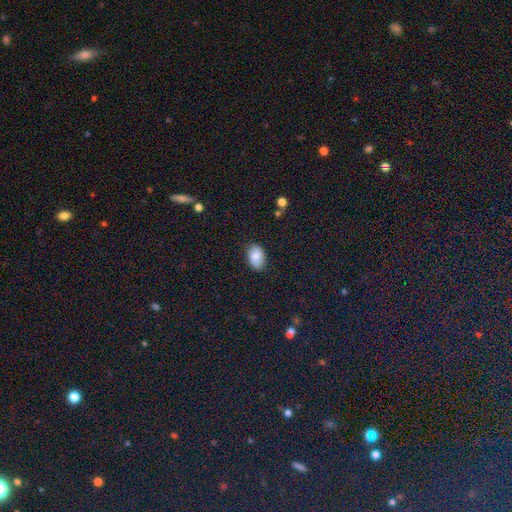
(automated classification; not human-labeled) smooth_or_featured: smooth (p=0.74) [alt: featured or disk p=0.17]
how_rounded: in between (p=0.88) [alt: round p=0.11]
merging: none (p=0.82) [alt: minor disturbance p=0.14]